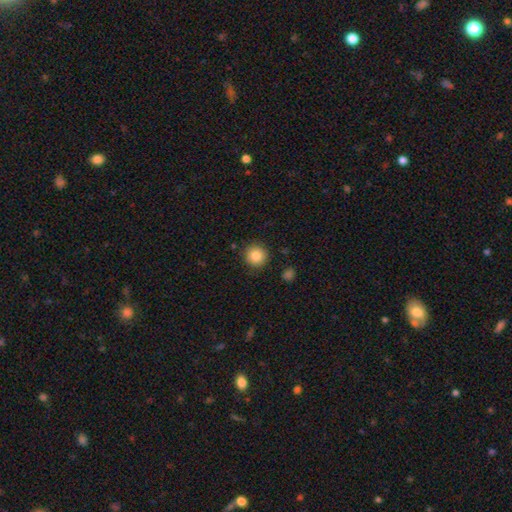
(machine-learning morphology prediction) A smooth galaxy with no disk features (85%) that is round (94%).

Vote fractions:
- Smooth or featured? smooth: 85% / star or artifact: 9% / featured or disk: 5%
- How rounded? round: 94% / in between: 5% / cigar-shaped: 1%
- Merging? none: 89% / minor disturbance: 7% / major disturbance: 2% / merger: 2%